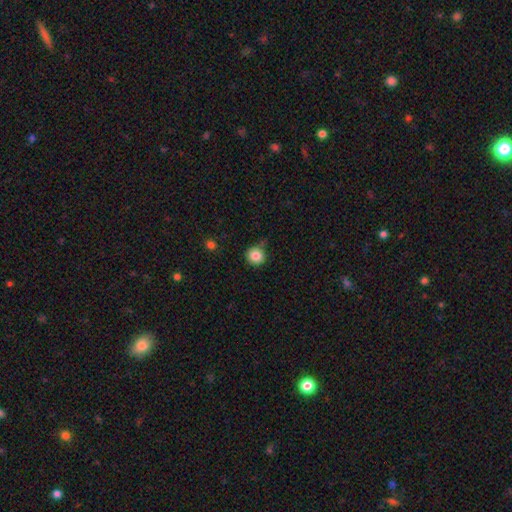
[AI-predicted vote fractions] A smooth galaxy with no disk features (84%) that is round (92%). Merging: none (75%).